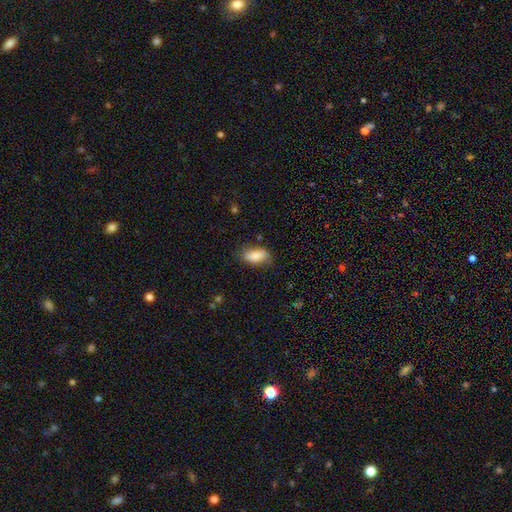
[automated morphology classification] Smooth or featured: smooth — 80% (featured or disk — 13%)
How rounded: in between — 90% (cigar-shaped — 6%)
Merging: none — 73% (minor disturbance — 20%)